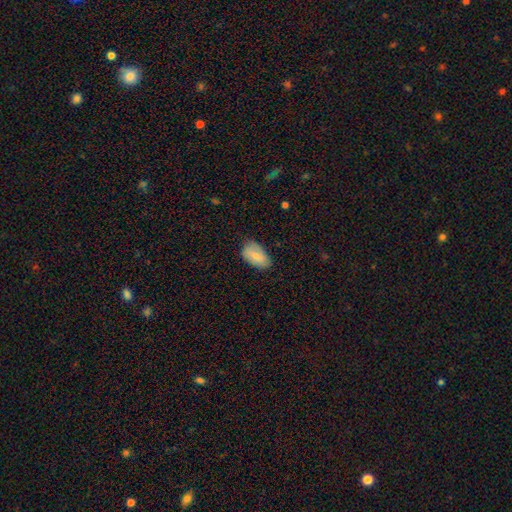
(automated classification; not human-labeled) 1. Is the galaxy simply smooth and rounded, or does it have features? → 74% smooth, 19% featured or disk, 7% star or artifact.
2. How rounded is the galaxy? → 94% in between, 4% round, 2% cigar-shaped.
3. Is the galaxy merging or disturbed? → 71% none, 24% minor disturbance, 4% major disturbance, 1% merger.